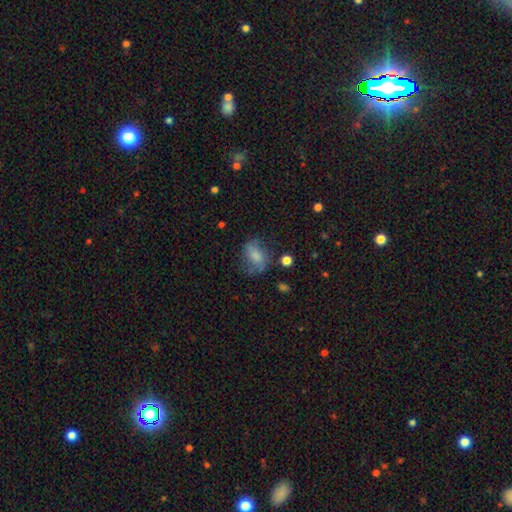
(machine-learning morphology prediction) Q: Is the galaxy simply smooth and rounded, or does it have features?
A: smooth — 65%.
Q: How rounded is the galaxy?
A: in between — 73%.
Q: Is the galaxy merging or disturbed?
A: none — 55%.